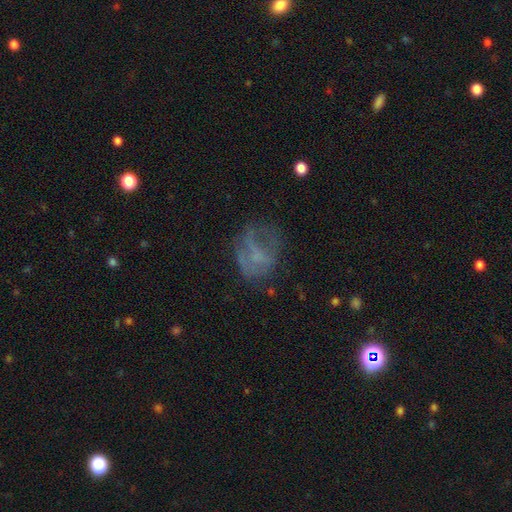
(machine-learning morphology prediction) Overall: featured or disk (45%; smooth 38%). Merging: none (42%; major disturbance 32%).